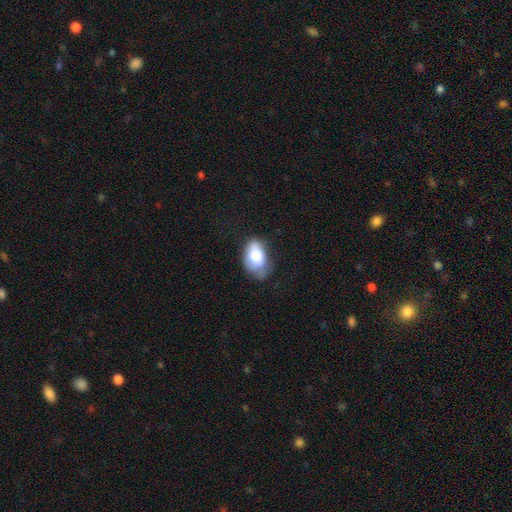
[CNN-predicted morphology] type=smooth (77%); roundness=in between (92%); merging=none (42%).